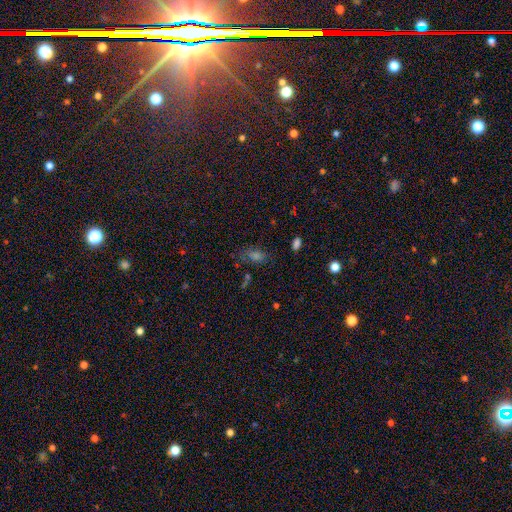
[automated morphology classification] Q: Smooth or featured?
A: smooth (58%); runner-up: star or artifact (29%)
Q: How rounded?
A: in between (81%); runner-up: round (12%)
Q: Merging?
A: none (68%); runner-up: minor disturbance (19%)